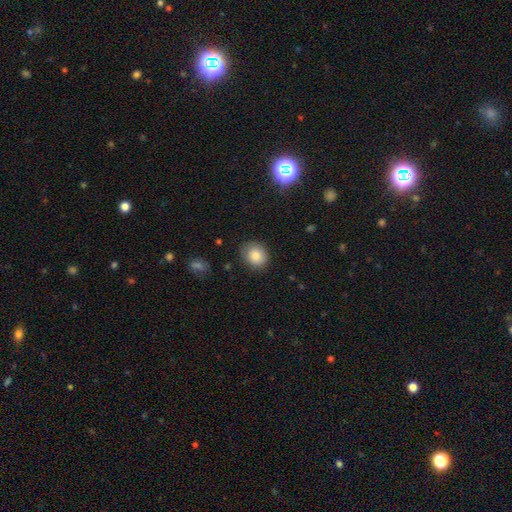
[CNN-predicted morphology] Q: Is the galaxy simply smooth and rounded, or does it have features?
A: smooth — 84%.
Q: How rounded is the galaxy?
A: round — 72%.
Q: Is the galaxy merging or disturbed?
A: none — 83%.